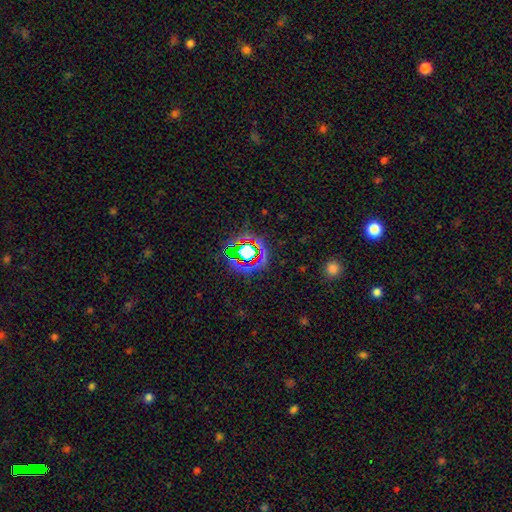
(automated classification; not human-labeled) Q: Smooth or featured?
A: star or artifact (73%); runner-up: smooth (15%)